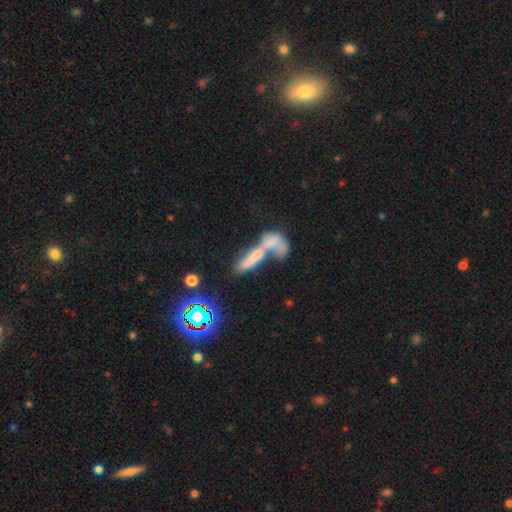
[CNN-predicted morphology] Overall: smooth (42%; featured or disk 36%). Merging: merger (72%).